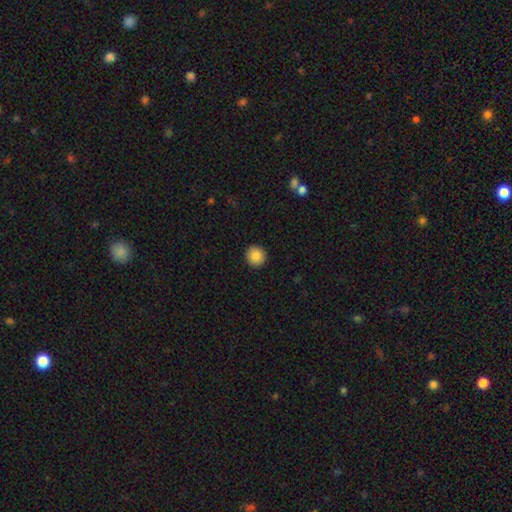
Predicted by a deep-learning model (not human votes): Morphology: type=smooth (88%); roundness=round (93%); merging=none (93%).